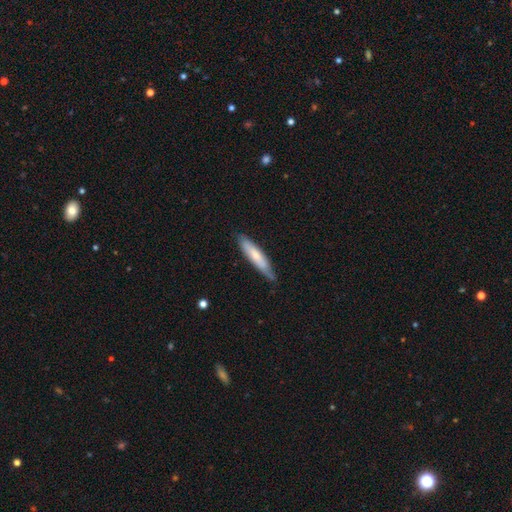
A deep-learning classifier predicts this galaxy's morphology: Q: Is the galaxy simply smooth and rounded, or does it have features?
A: smooth — 62%.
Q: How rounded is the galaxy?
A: cigar-shaped — 85%.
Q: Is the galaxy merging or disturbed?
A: none — 77%.